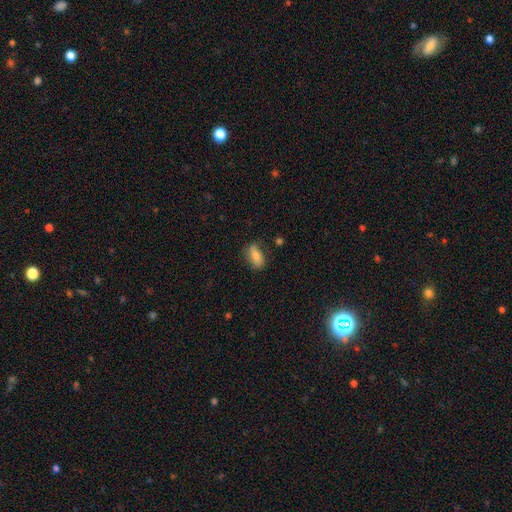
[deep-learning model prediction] A smooth galaxy with no disk features (64%) that is in between round and cigar-shaped (79%).

Vote fractions:
- Smooth or featured? smooth: 64% / featured or disk: 28% / star or artifact: 8%
- How rounded? in between: 79% / cigar-shaped: 15% / round: 6%
- Merging? none: 76% / minor disturbance: 18% / major disturbance: 4% / merger: 2%